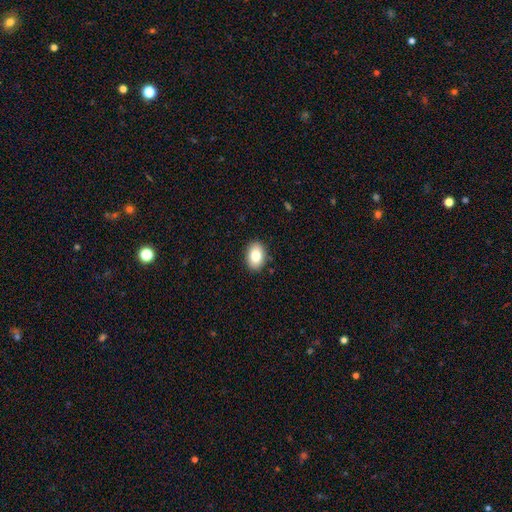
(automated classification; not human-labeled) Morphology: type=smooth (82%); roundness=in between (82%); merging=none (88%).